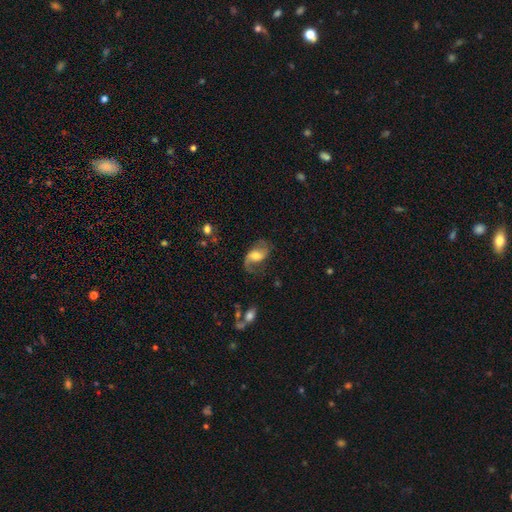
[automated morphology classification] Q: Smooth or featured?
A: featured or disk (73%); runner-up: smooth (20%)
Q: Edge-on disk?
A: no (96%); runner-up: yes (4%)
Q: Bar?
A: no (43%); runner-up: weak (41%)
Q: Spiral arms?
A: yes (92%); runner-up: no (8%)
Q: Spiral winding?
A: loose (62%); runner-up: medium (31%)
Q: Spiral arm count?
A: 2 (79%); runner-up: 1 (14%)
Q: Bulge size?
A: moderate (61%); runner-up: small (23%)
Q: Merging?
A: none (61%); runner-up: minor disturbance (21%)